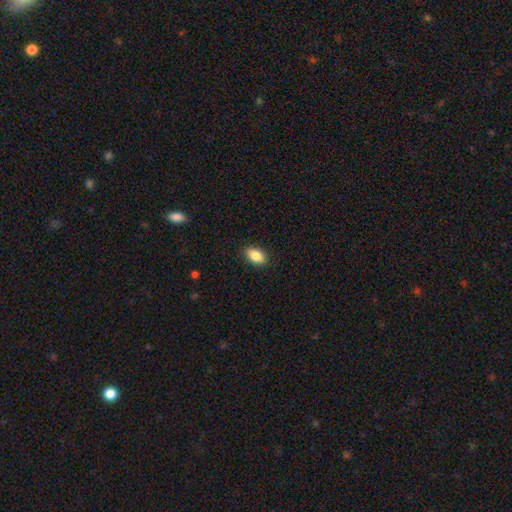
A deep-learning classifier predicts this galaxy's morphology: This appears to be a smooth galaxy with no disk features (86%) that is in between round and cigar-shaped (91%). Merging: none (89%).